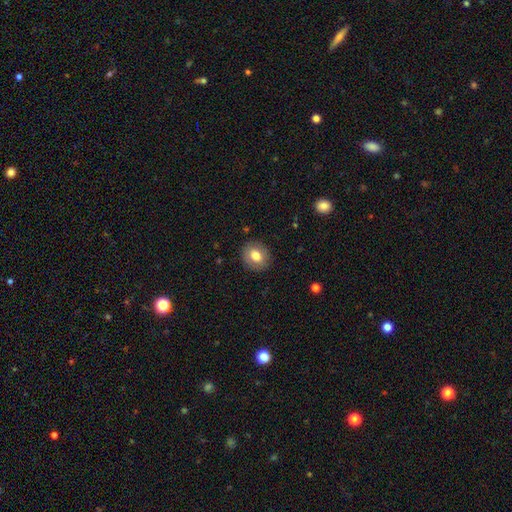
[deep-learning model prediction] smooth 78%, featured or disk 14%, star or artifact 8%. Down the decision tree: how rounded — round (67%); merging — none (87%).